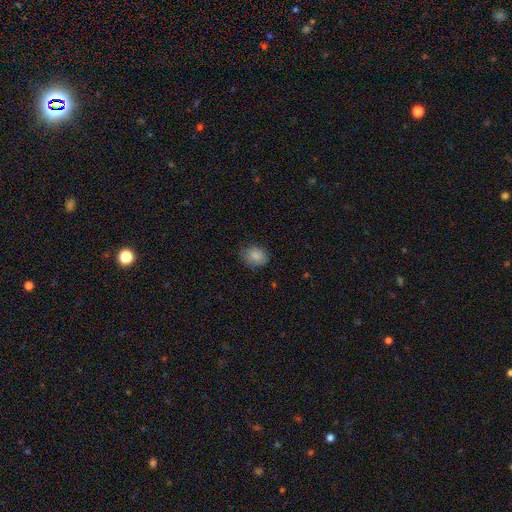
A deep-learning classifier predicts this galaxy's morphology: This appears to be a smooth galaxy with no disk features (86%) that is in between round and cigar-shaped (51%). Merging: none (73%).